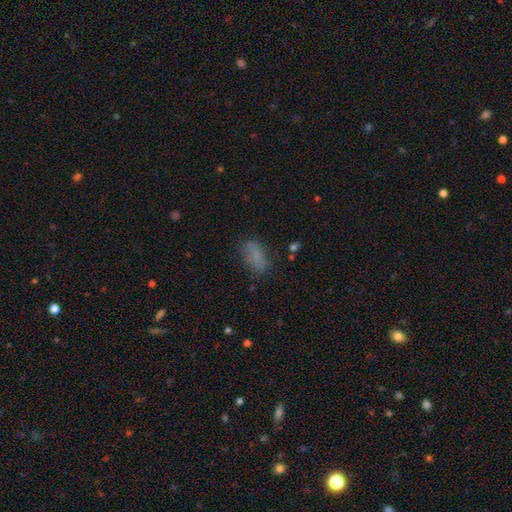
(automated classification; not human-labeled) Smooth or featured: smooth — 74% (featured or disk — 13%)
How rounded: in between — 85% (cigar-shaped — 10%)
Merging: none — 64% (minor disturbance — 23%)